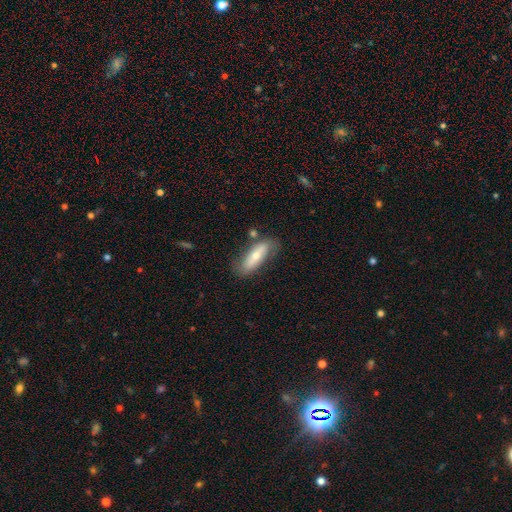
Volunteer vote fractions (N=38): Volunteers were most divided on "smooth or featured": featured or disk: 53%, smooth: 47%, star or artifact: 0%. More confident: edge-on bulge — rounded (100%); edge-on disk — yes (65%); merging — none (58%).